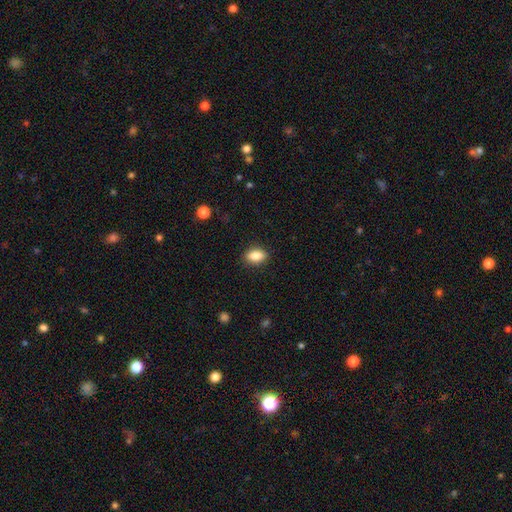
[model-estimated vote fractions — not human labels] A smooth galaxy with no disk features (85%) that is in between round and cigar-shaped (86%). Merging: none (87%).